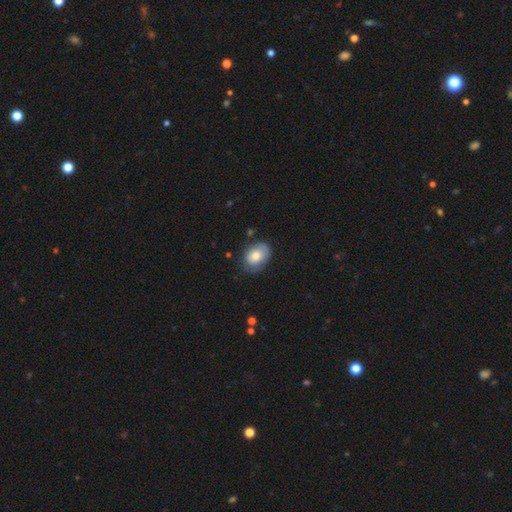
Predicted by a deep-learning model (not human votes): A smooth galaxy with no disk features (74%) that is in between round and cigar-shaped (71%).

Vote fractions:
- Smooth or featured? smooth: 74% / featured or disk: 19% / star or artifact: 7%
- How rounded? in between: 71% / round: 28% / cigar-shaped: 1%
- Merging? none: 70% / minor disturbance: 23% / major disturbance: 5% / merger: 2%